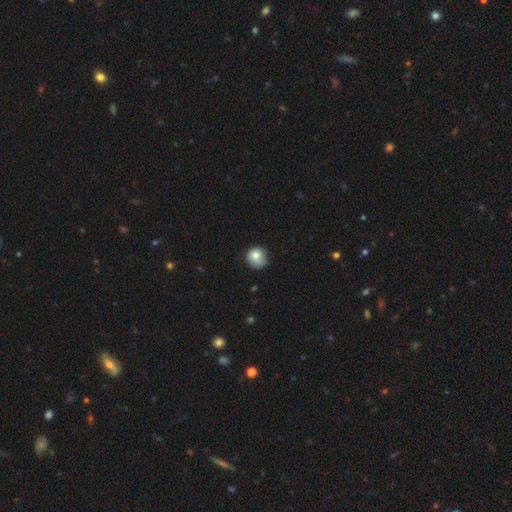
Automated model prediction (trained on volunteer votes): Smooth or featured?
  - smooth: 76% *
  - featured or disk: 16%
  - star or artifact: 8%
How rounded?
  - round: 85% *
  - in between: 14%
  - cigar-shaped: 1%
Merging?
  - none: 61% *
  - minor disturbance: 29%
  - major disturbance: 8%
  - merger: 2%